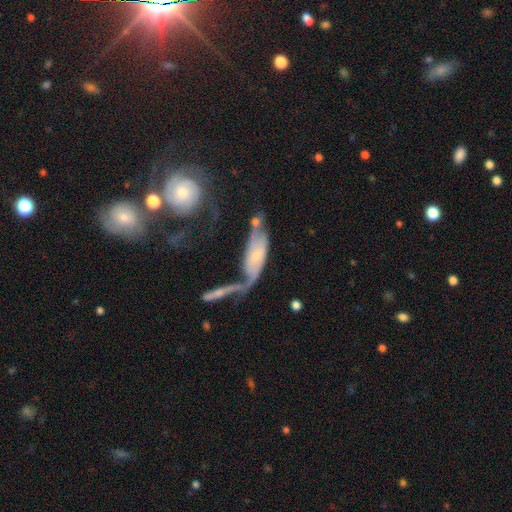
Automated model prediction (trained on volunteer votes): This is likely a featured or disk galaxy (63%). It is likely not viewed edge-on (80%). Bar: likely no (63%). Spiral arm pattern: likely yes (80%). Central bulge: likely small (62%). Merging: marginally merger (38%).